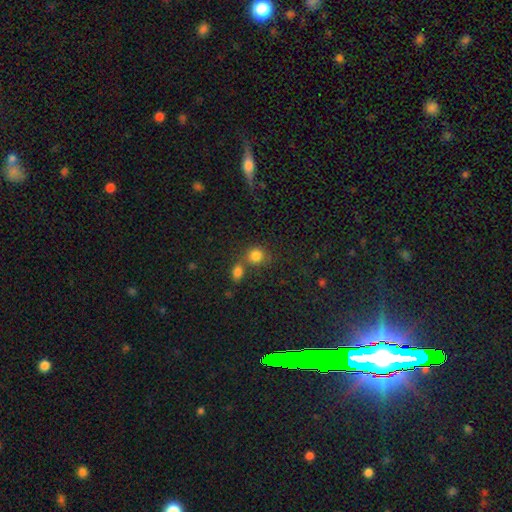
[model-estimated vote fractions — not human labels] smooth-or-featured: smooth: 81% | star or artifact: 12% | featured or disk: 6%
  how-rounded: round: 79% | in between: 20% | cigar-shaped: 1%
  merging: none: 53% | merger: 33% | minor disturbance: 10% | major disturbance: 4%